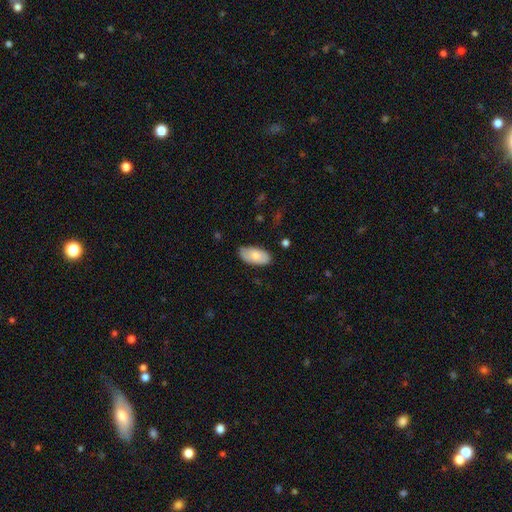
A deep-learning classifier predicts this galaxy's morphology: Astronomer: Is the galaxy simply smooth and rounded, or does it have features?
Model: smooth — 79%.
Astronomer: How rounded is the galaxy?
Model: in between — 94%.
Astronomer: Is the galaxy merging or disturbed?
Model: none — 80%.